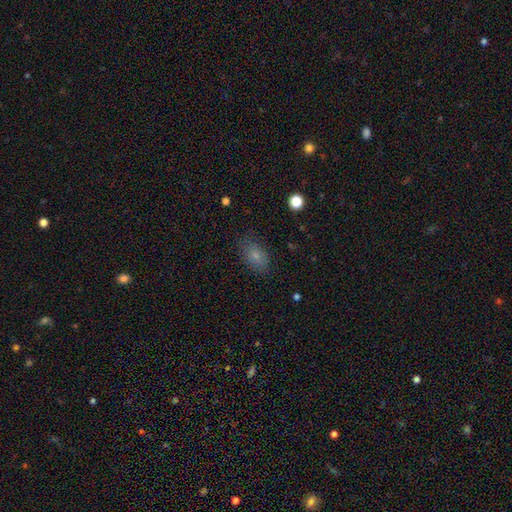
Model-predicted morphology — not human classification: Smooth or featured?
  - smooth: 79% *
  - star or artifact: 11%
  - featured or disk: 11%
How rounded?
  - in between: 88% *
  - round: 10%
  - cigar-shaped: 2%
Merging?
  - none: 80% *
  - minor disturbance: 15%
  - major disturbance: 4%
  - merger: 1%